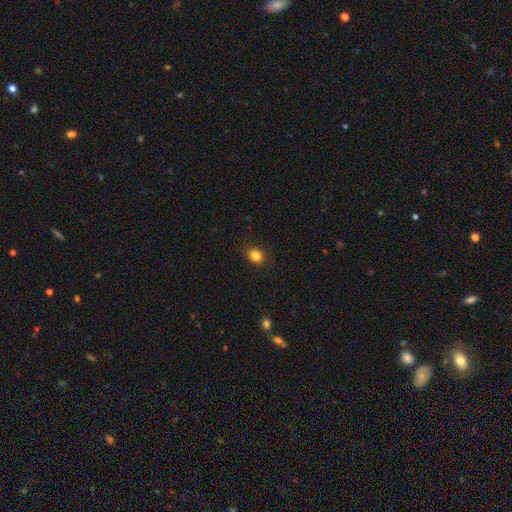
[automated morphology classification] A smooth galaxy with no disk features (83%) that is round (67%).

Vote fractions:
- Smooth or featured? smooth: 83% / star or artifact: 12% / featured or disk: 5%
- How rounded? round: 67% / in between: 32% / cigar-shaped: 1%
- Merging? none: 89% / minor disturbance: 8% / major disturbance: 2% / merger: 1%